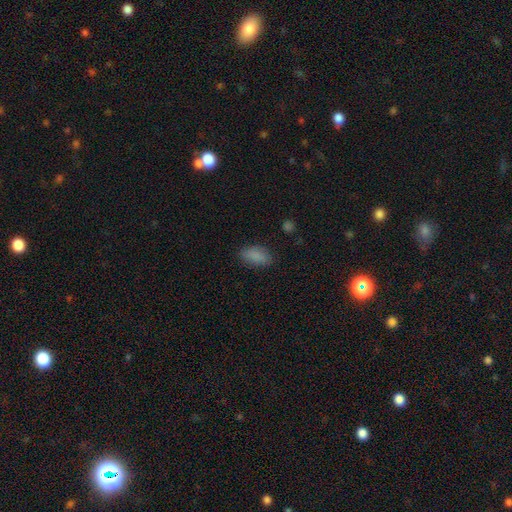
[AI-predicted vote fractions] A smooth galaxy with no disk features (85%) that is in between round and cigar-shaped (91%).

Vote fractions:
- Smooth or featured? smooth: 85% / star or artifact: 9% / featured or disk: 6%
- How rounded? in between: 91% / cigar-shaped: 5% / round: 5%
- Merging? none: 78% / minor disturbance: 16% / major disturbance: 4% / merger: 1%